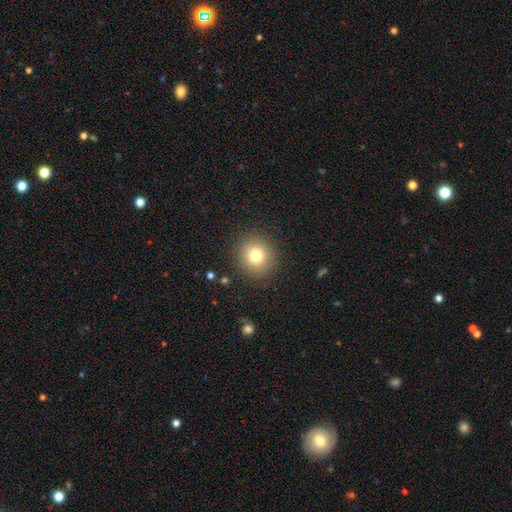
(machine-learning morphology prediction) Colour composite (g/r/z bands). It shows a smooth galaxy with no disk features (78%) that is round (90%). Merging: none (90%).